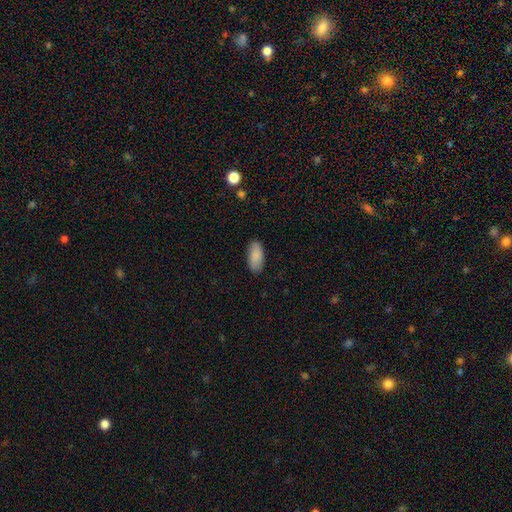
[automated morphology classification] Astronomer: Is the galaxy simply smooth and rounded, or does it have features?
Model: smooth — 88%.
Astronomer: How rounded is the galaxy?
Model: in between — 90%.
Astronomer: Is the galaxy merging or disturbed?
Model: none — 86%.